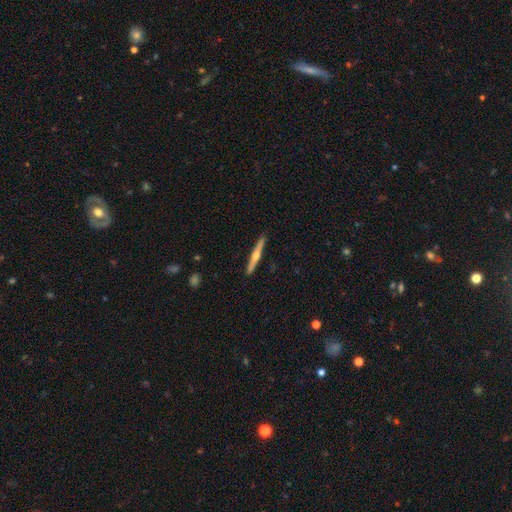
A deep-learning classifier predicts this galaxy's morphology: A featured or disk galaxy (71%) viewed edge-on (98%) with a rounded central bulge (92%). Merging: none (92%).